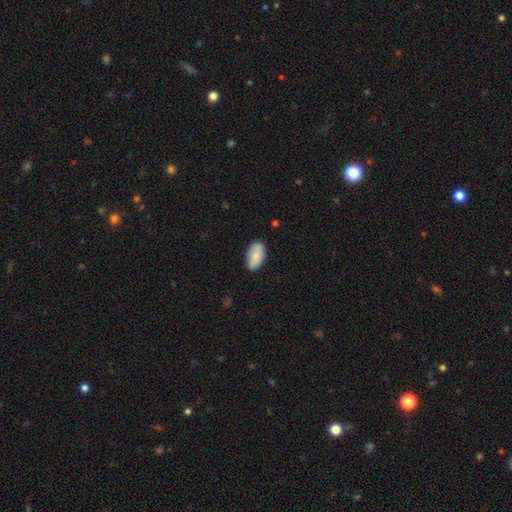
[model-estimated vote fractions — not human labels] Q: Smooth or featured?
A: smooth (82%); runner-up: featured or disk (11%)
Q: How rounded?
A: in between (94%); runner-up: round (4%)
Q: Merging?
A: none (73%); runner-up: minor disturbance (22%)